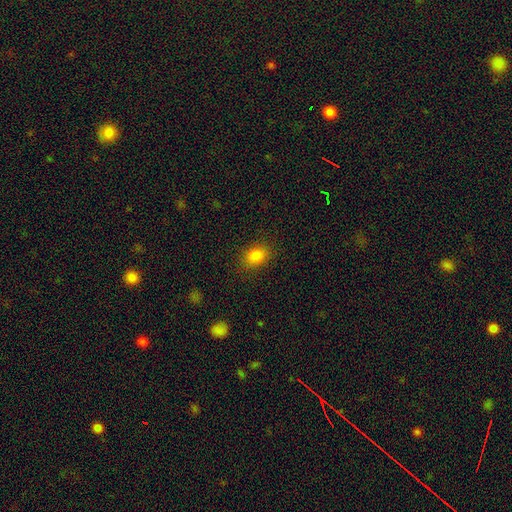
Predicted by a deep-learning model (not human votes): smooth 84%, star or artifact 11%, featured or disk 5%. Down the decision tree: how rounded — in between (72%); merging — none (86%).